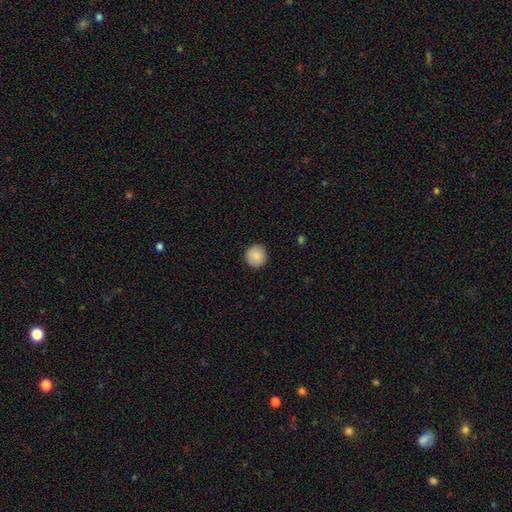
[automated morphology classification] A smooth galaxy with no disk features (89%) that is round (94%).

Vote fractions:
- Smooth or featured? smooth: 89% / star or artifact: 7% / featured or disk: 4%
- How rounded? round: 94% / in between: 5% / cigar-shaped: 1%
- Merging? none: 91% / minor disturbance: 6% / major disturbance: 2% / merger: 1%